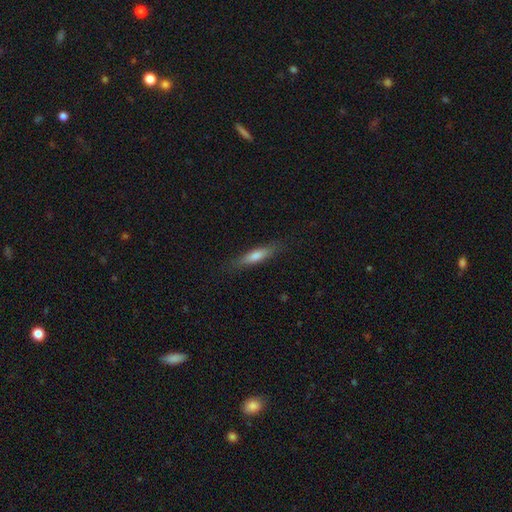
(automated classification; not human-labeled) Smooth or featured? smooth (66%)
How rounded? cigar-shaped (78%)
Merging? none (84%)